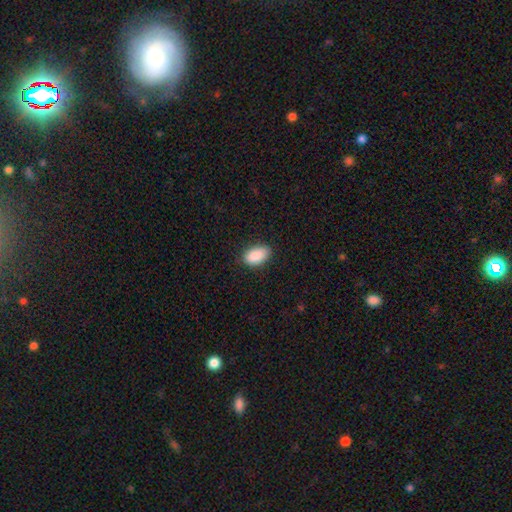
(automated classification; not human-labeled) smooth_or_featured: smooth (p=0.90) [alt: star or artifact p=0.07]
how_rounded: in between (p=0.93) [alt: round p=0.05]
merging: none (p=0.84) [alt: minor disturbance p=0.12]